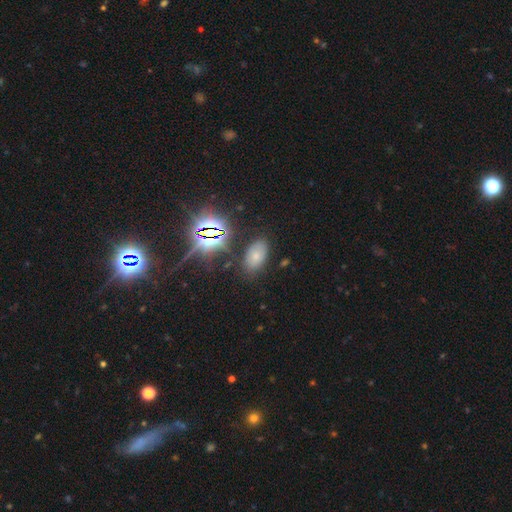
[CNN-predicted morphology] smooth-or-featured: smooth: 62% | star or artifact: 25% | featured or disk: 14%
  how-rounded: in between: 92% | round: 6% | cigar-shaped: 2%
  merging: none: 79% | minor disturbance: 14% | major disturbance: 5% | merger: 3%